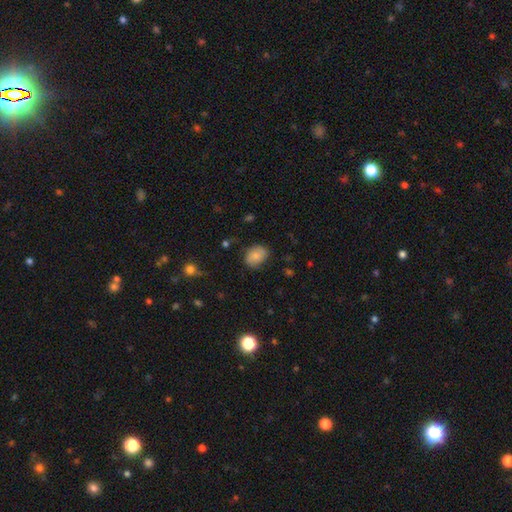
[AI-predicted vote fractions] This is likely a smooth galaxy (77%). How rounded: likely in between (63%). Merging: likely none (76%).